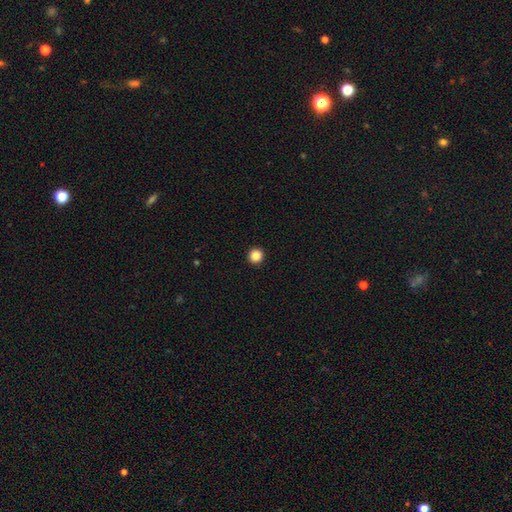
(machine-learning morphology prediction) This appears to be a smooth galaxy with no disk features (86%) that is round (96%). Merging: none (94%).